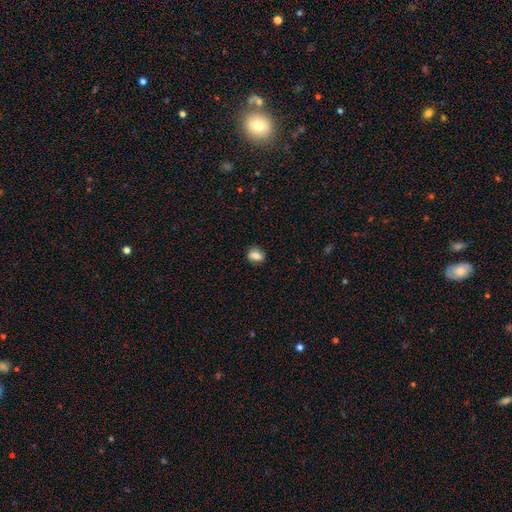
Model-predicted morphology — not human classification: Smooth or featured?
  - smooth: 74% *
  - featured or disk: 16%
  - star or artifact: 10%
How rounded?
  - in between: 52% *
  - round: 46%
  - cigar-shaped: 2%
Merging?
  - none: 81% *
  - minor disturbance: 14%
  - major disturbance: 3%
  - merger: 2%